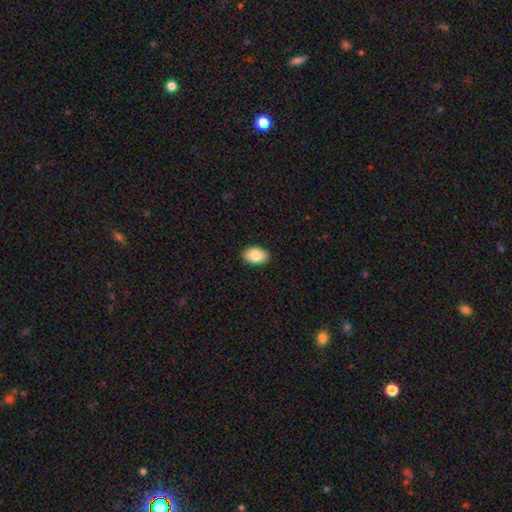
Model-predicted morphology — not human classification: Smooth or featured? smooth (84%)
How rounded? in between (90%)
Merging? none (90%)